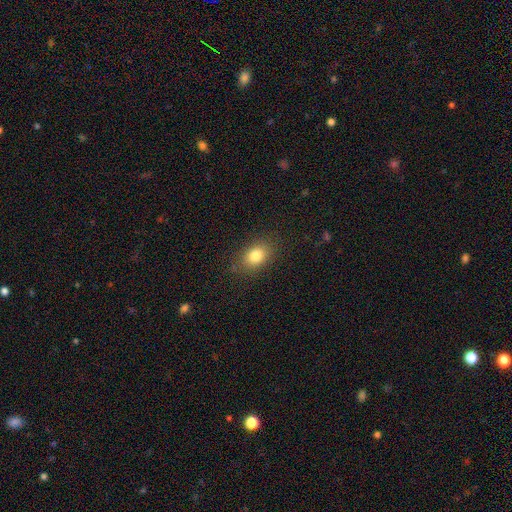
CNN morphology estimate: The model was most divided on "how rounded": in between: 76%, round: 22%, cigar-shaped: 2%. More confident: merging — none (84%); smooth or featured — smooth (81%).